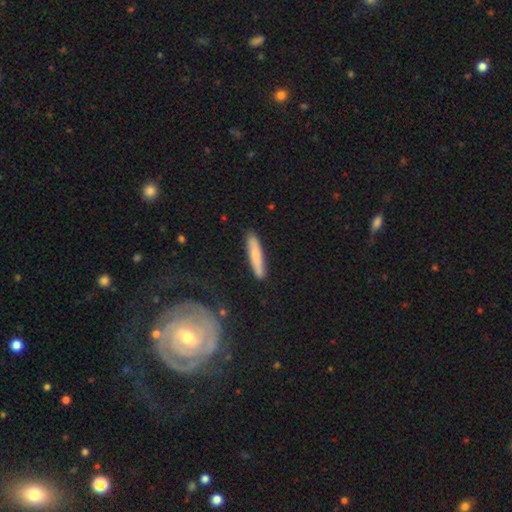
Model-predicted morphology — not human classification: smooth 73%, featured or disk 22%, star or artifact 6%. Down the decision tree: how rounded — cigar-shaped (91%); merging — none (87%).